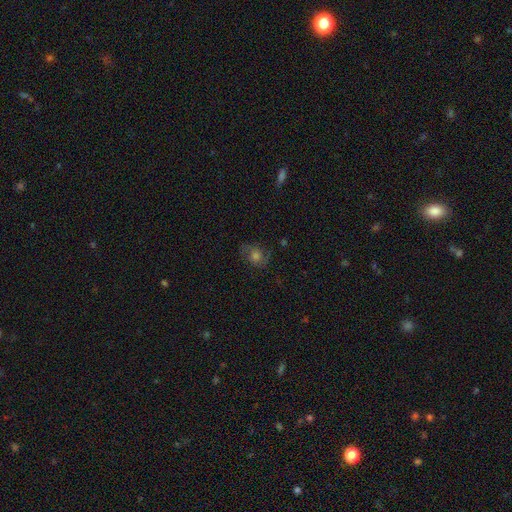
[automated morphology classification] Q: Smooth or featured?
A: featured or disk (48%); runner-up: smooth (33%)
Q: Merging?
A: none (74%); runner-up: minor disturbance (16%)